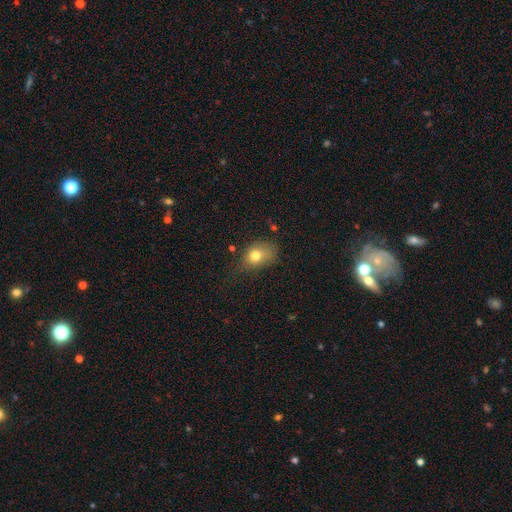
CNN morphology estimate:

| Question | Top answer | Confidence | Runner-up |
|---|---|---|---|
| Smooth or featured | smooth | 76% | featured or disk (13%) |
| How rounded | in between | 68% | round (31%) |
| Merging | none | 48% | minor disturbance (33%) |